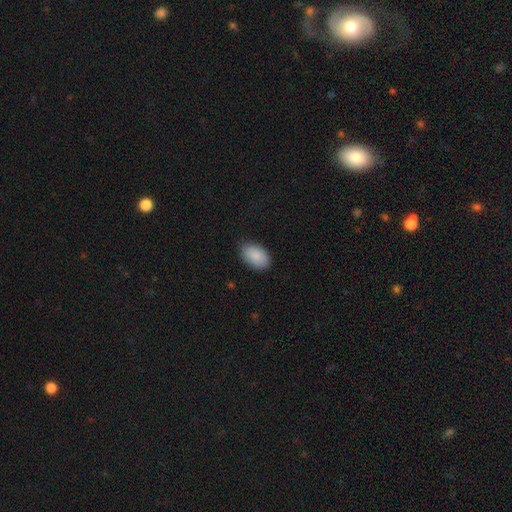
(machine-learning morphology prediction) A smooth galaxy with no disk features (89%) that is in between round and cigar-shaped (92%).

Vote fractions:
- Smooth or featured? smooth: 89% / star or artifact: 6% / featured or disk: 5%
- How rounded? in between: 92% / round: 7% / cigar-shaped: 1%
- Merging? none: 85% / minor disturbance: 12% / major disturbance: 2% / merger: 1%